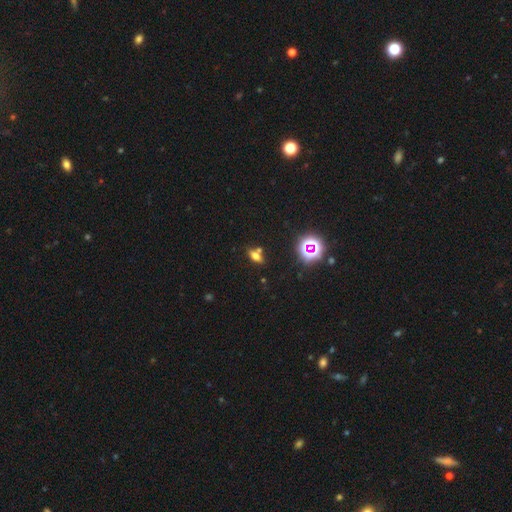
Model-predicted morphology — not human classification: Overall: smooth (58%; star or artifact 23%). How rounded: in between (72%). Merging: none (61%; merger 22%).